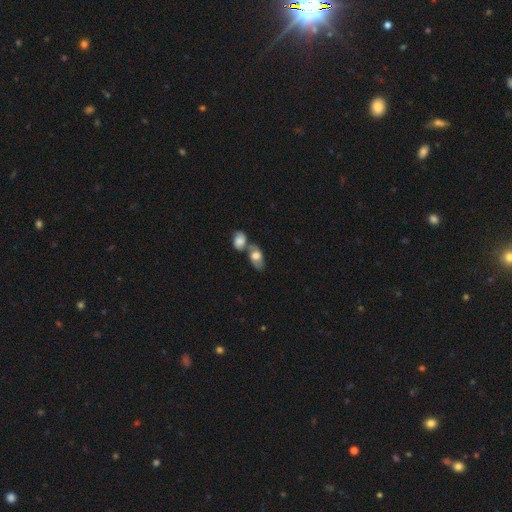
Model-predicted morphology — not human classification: This is likely a smooth galaxy (64%). How rounded: clearly in between (86%). Merging: possibly merger (51%).